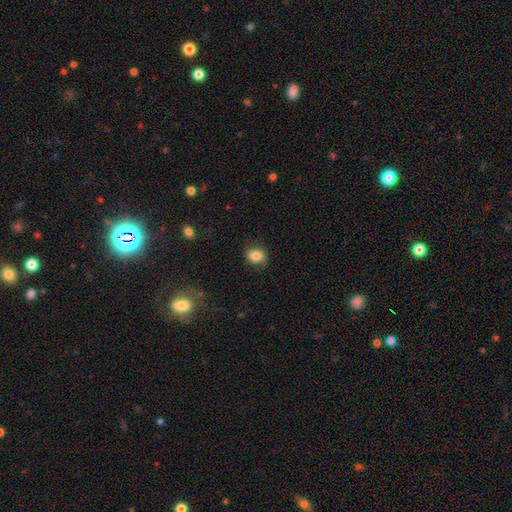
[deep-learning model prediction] Overall: smooth (81%). How rounded: in between (54%; round 45%). Merging: none (76%).